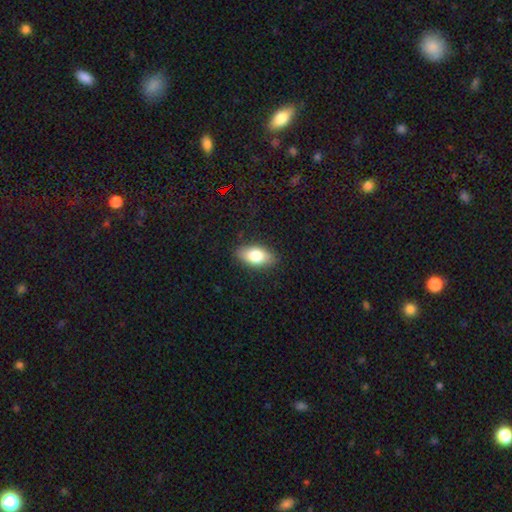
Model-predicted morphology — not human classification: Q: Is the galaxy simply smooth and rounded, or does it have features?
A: smooth — 78%.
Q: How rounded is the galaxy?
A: in between — 89%.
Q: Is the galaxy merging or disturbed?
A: none — 86%.